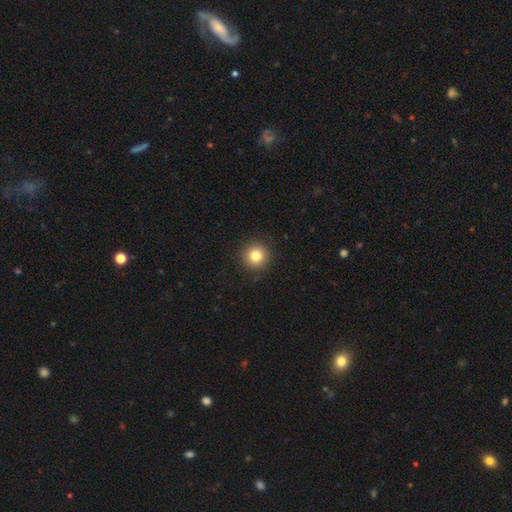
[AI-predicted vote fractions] smooth 81%, star or artifact 11%, featured or disk 7%. Down the decision tree: how rounded — round (95%); merging — none (92%).